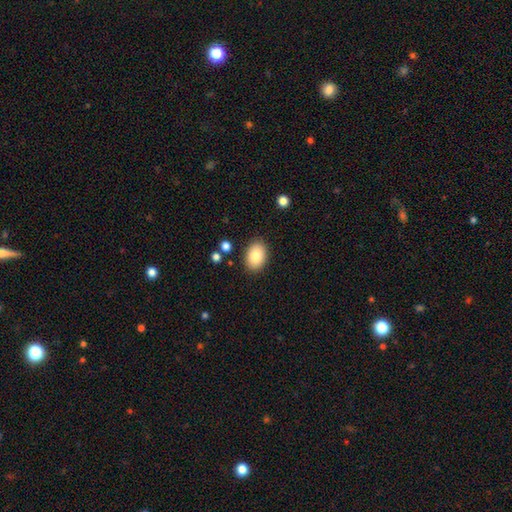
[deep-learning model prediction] Q: Smooth or featured?
A: smooth (84%); runner-up: featured or disk (8%)
Q: How rounded?
A: in between (82%); runner-up: round (17%)
Q: Merging?
A: none (87%); runner-up: minor disturbance (9%)